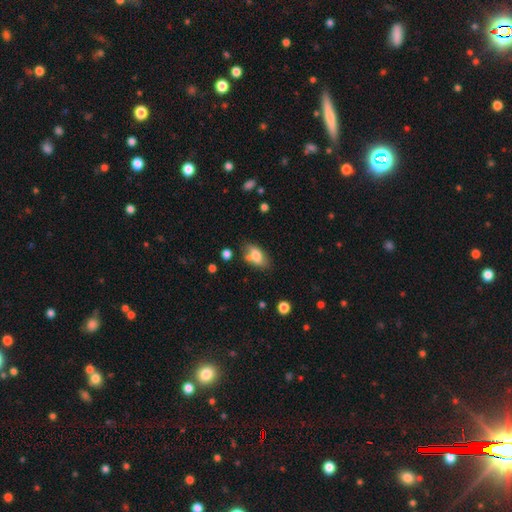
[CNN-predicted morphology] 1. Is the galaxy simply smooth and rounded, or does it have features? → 72% smooth, 19% featured or disk, 9% star or artifact.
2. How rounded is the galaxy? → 88% in between, 6% round, 6% cigar-shaped.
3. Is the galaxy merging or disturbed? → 59% none, 22% minor disturbance, 12% merger, 7% major disturbance.